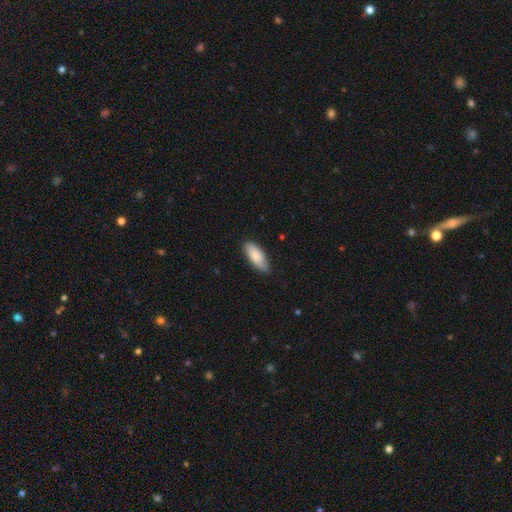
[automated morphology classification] Smooth or featured: smooth — 83% (featured or disk — 12%)
How rounded: in between — 77% (cigar-shaped — 21%)
Merging: none — 81% (minor disturbance — 16%)